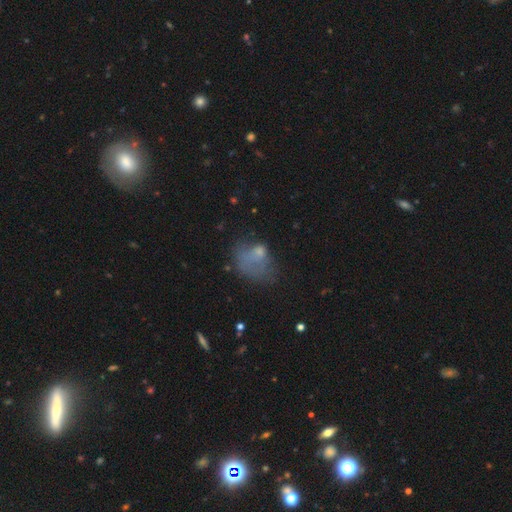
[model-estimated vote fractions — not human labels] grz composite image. It shows a smooth galaxy with no disk features (56%) that is in between round and cigar-shaped (70%). Merging: major disturbance (46%).